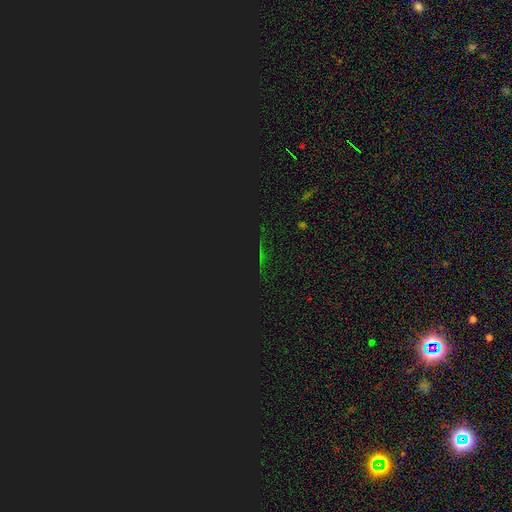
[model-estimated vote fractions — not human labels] smooth-or-featured: star or artifact: 82% | smooth: 10% | featured or disk: 8%